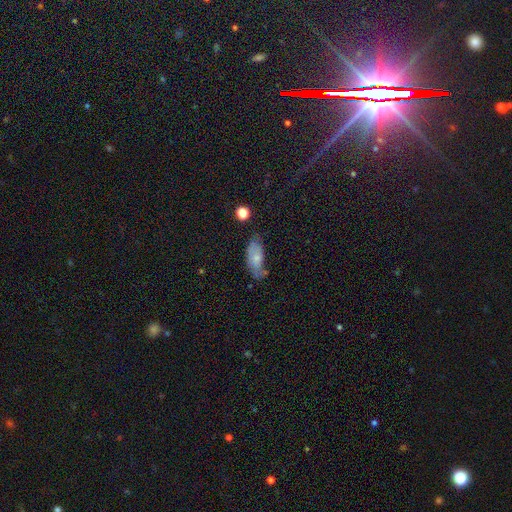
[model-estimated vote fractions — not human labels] Smooth or featured? smooth (65%)
How rounded? in between (86%)
Merging? none (50%)